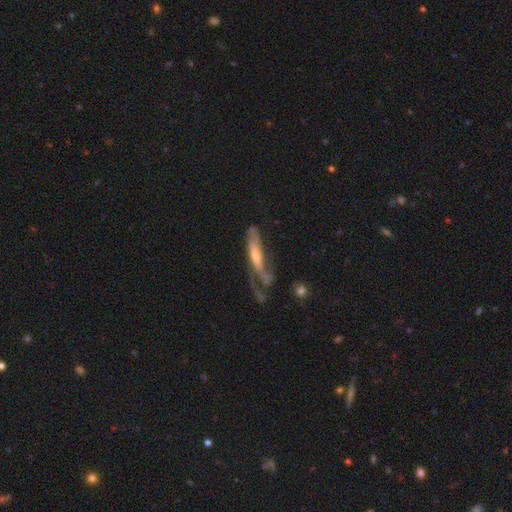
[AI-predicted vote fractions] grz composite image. It shows a featured or disk galaxy (61%) viewed edge-on (50%, tied with no). Merging: major disturbance (44%).